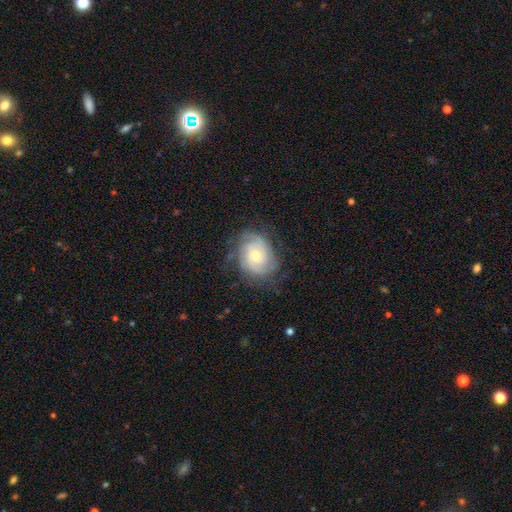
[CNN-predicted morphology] smooth-or-featured: featured or disk: 76% | smooth: 17% | star or artifact: 7%
  disk-edge-on: no: 97% | yes: 3%
    bar: no: 70% | weak: 26% | strong: 4%
    has-spiral-arms: yes: 93% | no: 7%
      spiral-winding: tight: 59% | medium: 31% | loose: 10%
      spiral-arm-count: can't tell: 34% | 2: 24% | 3: 23% | 4: 9% | 1: 5% | more than 4: 5%
    bulge-size: moderate: 49% | small: 46% | large: 3% | none: 1% | dominant: 1%
  merging: none: 70% | minor disturbance: 20% | major disturbance: 9% | merger: 1%